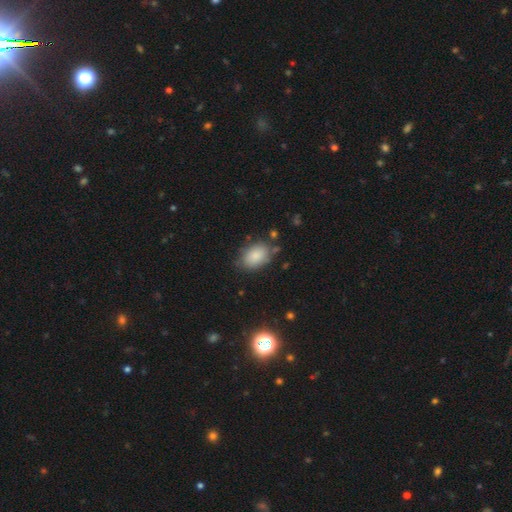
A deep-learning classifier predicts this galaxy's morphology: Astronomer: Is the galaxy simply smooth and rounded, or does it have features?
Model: smooth — 85%.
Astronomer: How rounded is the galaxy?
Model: in between — 85%.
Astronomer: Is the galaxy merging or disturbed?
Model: none — 73%.